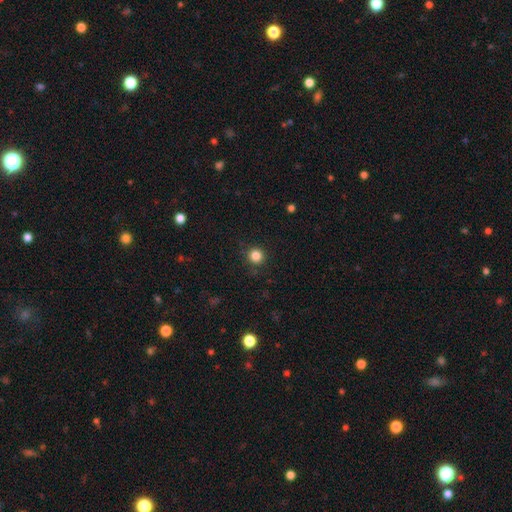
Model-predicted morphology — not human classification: Smooth or featured?
  - smooth: 84% *
  - star or artifact: 12%
  - featured or disk: 4%
How rounded?
  - round: 94% *
  - in between: 5%
  - cigar-shaped: 1%
Merging?
  - none: 90% *
  - minor disturbance: 7%
  - major disturbance: 2%
  - merger: 1%